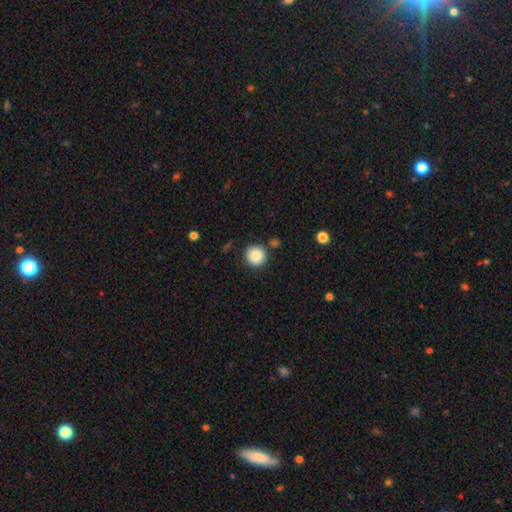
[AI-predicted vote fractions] A smooth galaxy with no disk features (87%) that is round (94%). Merging: none (86%).